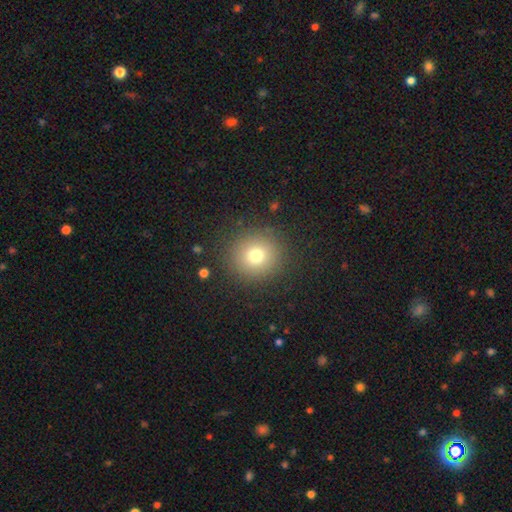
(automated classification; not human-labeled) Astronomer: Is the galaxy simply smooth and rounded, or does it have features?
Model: smooth — 74%.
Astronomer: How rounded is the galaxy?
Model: round — 92%.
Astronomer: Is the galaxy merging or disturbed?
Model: none — 88%.